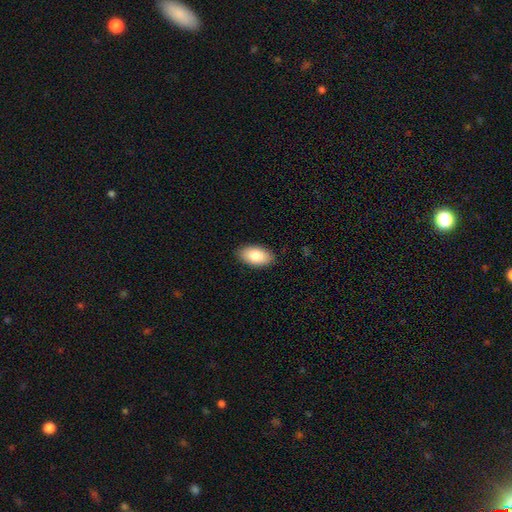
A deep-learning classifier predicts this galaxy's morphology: This is clearly a smooth galaxy (83%). How rounded: clearly in between (95%). Merging: clearly none (88%).